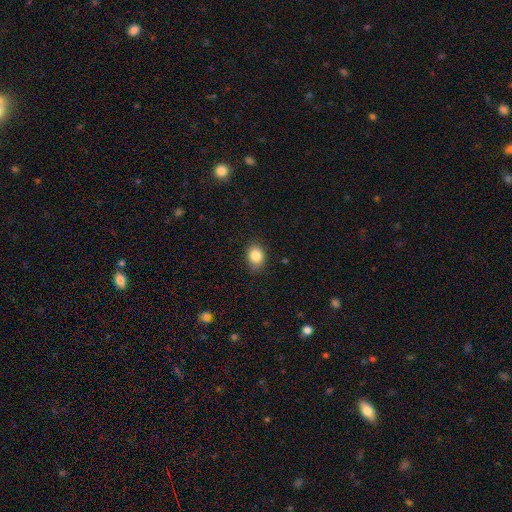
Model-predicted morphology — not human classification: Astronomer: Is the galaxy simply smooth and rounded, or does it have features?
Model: smooth — 86%.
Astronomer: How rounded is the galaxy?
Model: in between — 52% (runner-up: round, 47%).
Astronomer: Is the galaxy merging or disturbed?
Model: none — 81%.